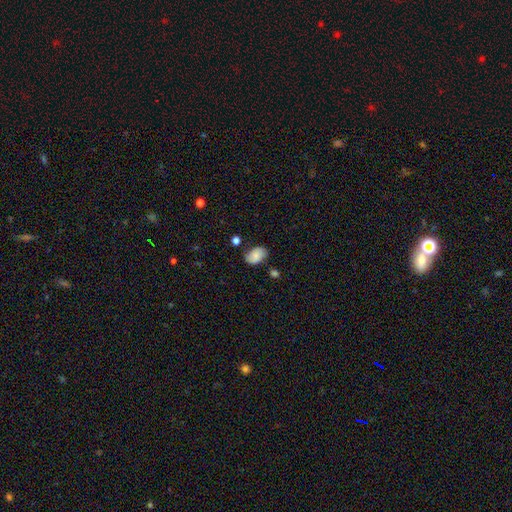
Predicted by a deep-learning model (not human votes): Smooth or featured?
  - smooth: 72% *
  - featured or disk: 19%
  - star or artifact: 9%
How rounded?
  - in between: 86% *
  - round: 12%
  - cigar-shaped: 1%
Merging?
  - none: 69% *
  - minor disturbance: 21%
  - major disturbance: 5%
  - merger: 4%